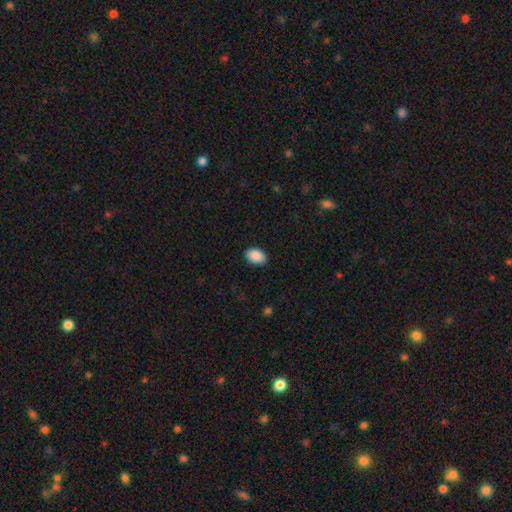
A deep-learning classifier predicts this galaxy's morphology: The model was most divided on "how rounded": in between: 87%, round: 12%, cigar-shaped: 1%. More confident: smooth or featured — smooth (90%); merging — none (89%).